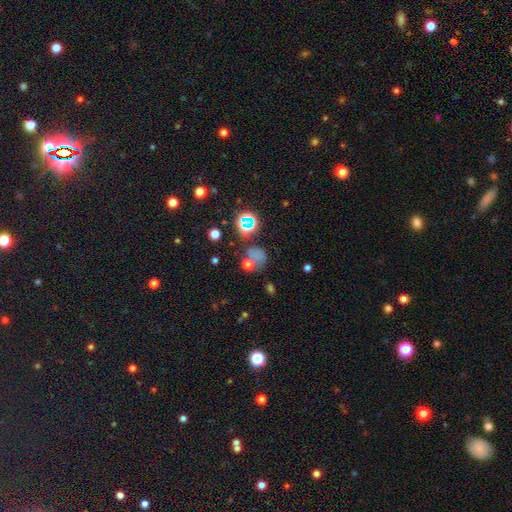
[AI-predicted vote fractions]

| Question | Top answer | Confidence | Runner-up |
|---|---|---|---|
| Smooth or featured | smooth | 57% | star or artifact (30%) |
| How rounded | round | 76% | in between (22%) |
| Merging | none | 48% | merger (22%) |